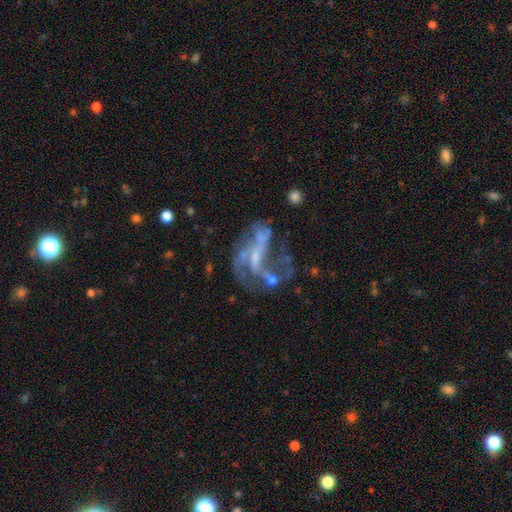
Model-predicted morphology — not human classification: Smooth or featured?
  - featured or disk: 74% *
  - star or artifact: 13%
  - smooth: 13%
Edge-on disk?
  - no: 96% *
  - yes: 4%
Bar?
  - no: 46% *
  - weak: 33%
  - strong: 21%
Spiral arms?
  - yes: 59% *
  - no: 41%
Bulge size?
  - small: 41% *
  - none: 36%
  - moderate: 20%
  - large: 3%
  - dominant: 1%
Merging?
  - major disturbance: 41% *
  - none: 29%
  - merger: 16%
  - minor disturbance: 14%